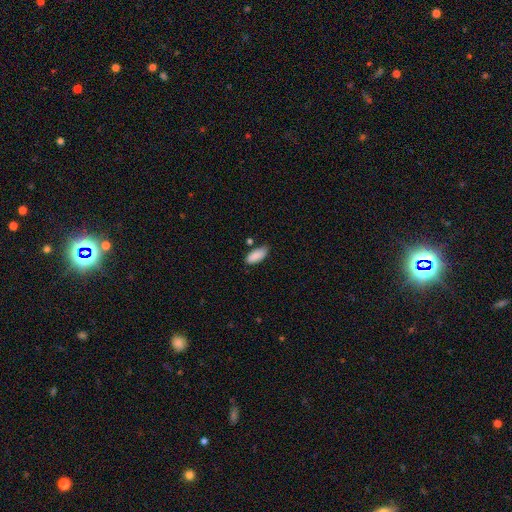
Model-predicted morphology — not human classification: Q: Smooth or featured?
A: smooth (89%); runner-up: star or artifact (7%)
Q: How rounded?
A: in between (87%); runner-up: cigar-shaped (11%)
Q: Merging?
A: none (73%); runner-up: minor disturbance (19%)